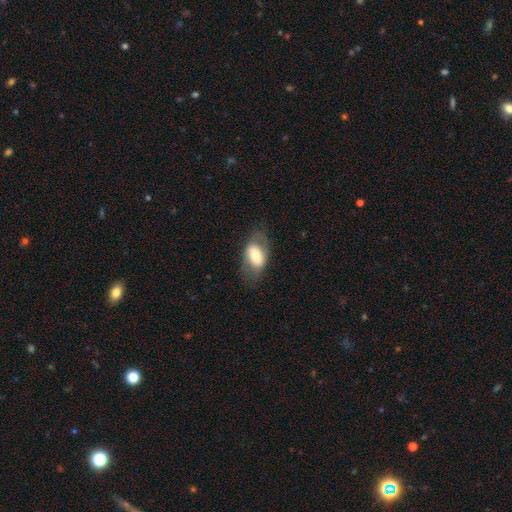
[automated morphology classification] Smooth or featured? smooth (55%)
How rounded? in between (89%)
Merging? none (71%)